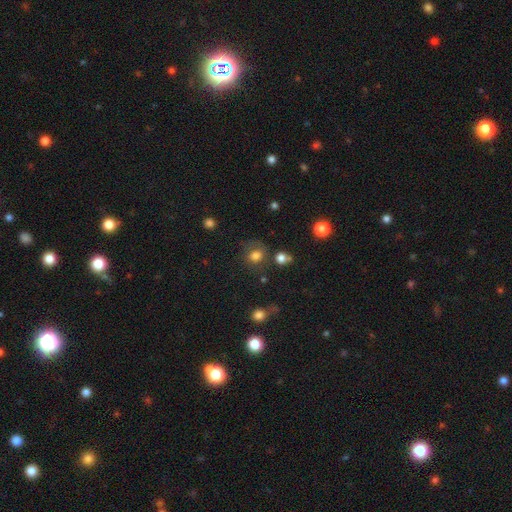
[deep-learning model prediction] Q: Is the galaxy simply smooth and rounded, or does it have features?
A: smooth — 74%.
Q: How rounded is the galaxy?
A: round — 69%.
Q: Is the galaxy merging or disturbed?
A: none — 59%.